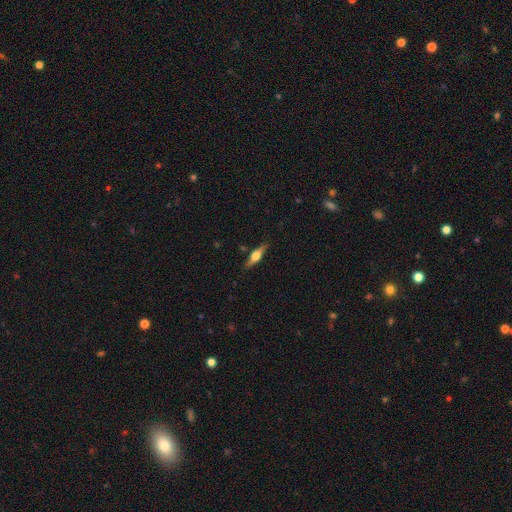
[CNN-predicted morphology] Smooth or featured? Predicted: featured or disk (p=0.59). Edge-on disk? Predicted: yes (p=0.94). Edge-on bulge? Predicted: rounded (p=0.90). Merging? Predicted: none (p=0.83).